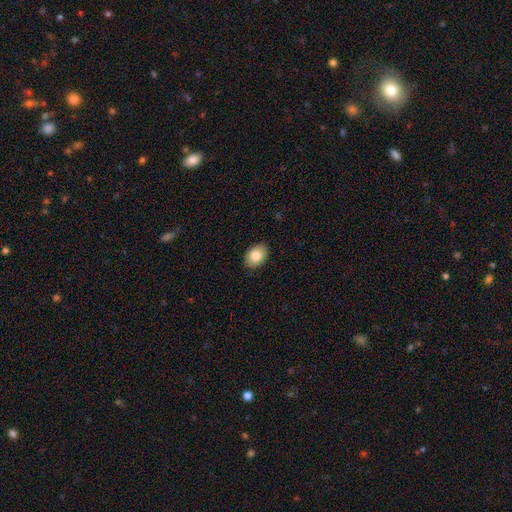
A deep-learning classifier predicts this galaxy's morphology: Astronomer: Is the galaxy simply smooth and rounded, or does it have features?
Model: smooth — 83%.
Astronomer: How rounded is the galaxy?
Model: in between — 77%.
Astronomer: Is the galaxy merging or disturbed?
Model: none — 88%.